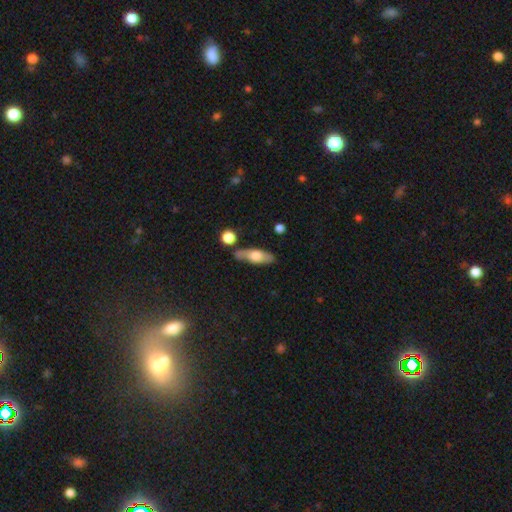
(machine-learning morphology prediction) Smooth or featured?
  - smooth: 54% *
  - featured or disk: 39%
  - star or artifact: 6%
How rounded?
  - in between: 59% *
  - cigar-shaped: 37%
  - round: 4%
Merging?
  - none: 70% *
  - minor disturbance: 17%
  - merger: 8%
  - major disturbance: 5%